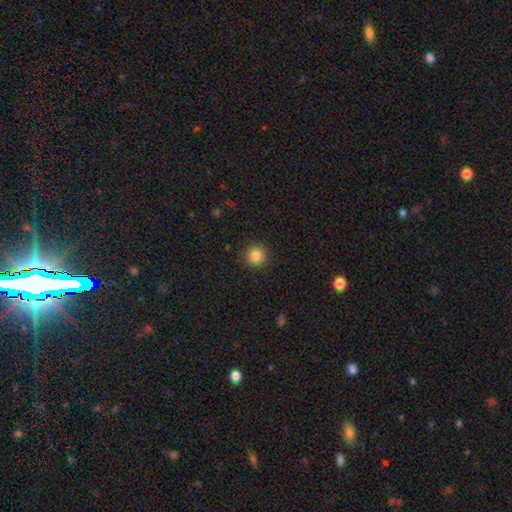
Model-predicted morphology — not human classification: A smooth galaxy with no disk features (85%) that is round (94%).

Vote fractions:
- Smooth or featured? smooth: 85% / star or artifact: 11% / featured or disk: 5%
- How rounded? round: 94% / in between: 5% / cigar-shaped: 1%
- Merging? none: 91% / minor disturbance: 6% / major disturbance: 2% / merger: 1%